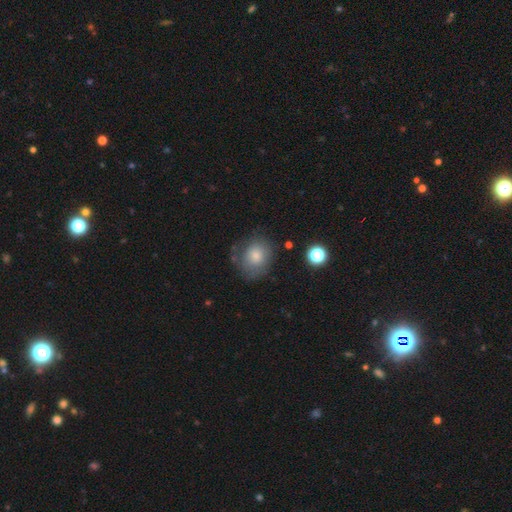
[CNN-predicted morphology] Overall: smooth (76%). How rounded: round (61%; in between 38%). Merging: none (60%; minor disturbance 24%).